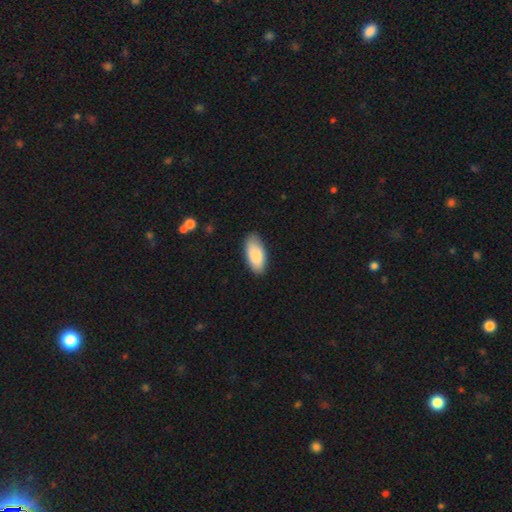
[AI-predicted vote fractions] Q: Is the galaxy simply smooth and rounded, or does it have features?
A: smooth — 87%.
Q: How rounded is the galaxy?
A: in between — 90%.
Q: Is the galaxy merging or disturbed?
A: none — 85%.